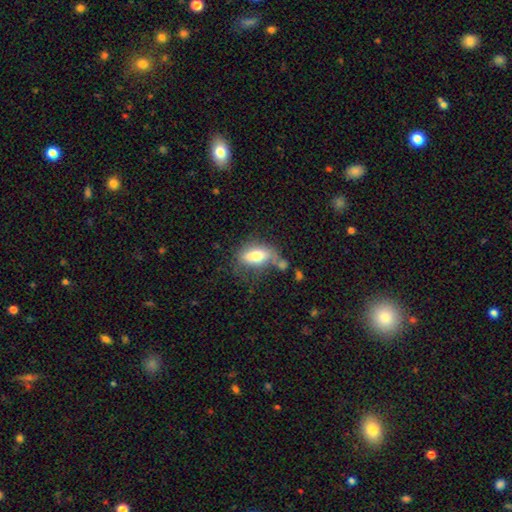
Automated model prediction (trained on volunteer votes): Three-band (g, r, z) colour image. It shows a smooth galaxy with no disk features (73%) that is in between round and cigar-shaped (86%). Merging: none (50%).